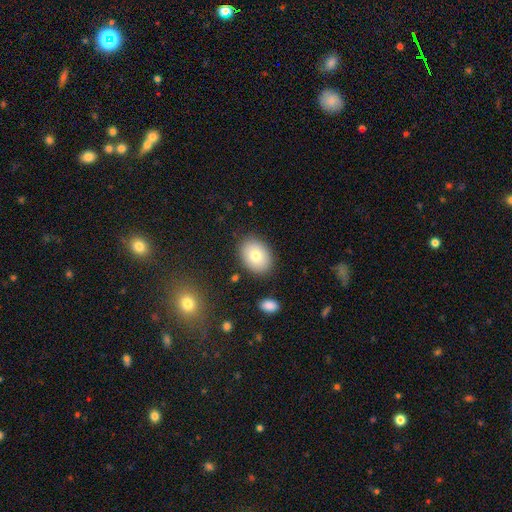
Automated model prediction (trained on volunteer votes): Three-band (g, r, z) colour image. It shows a smooth galaxy with no disk features (77%) that is in between round and cigar-shaped (70%). Merging: none (86%).